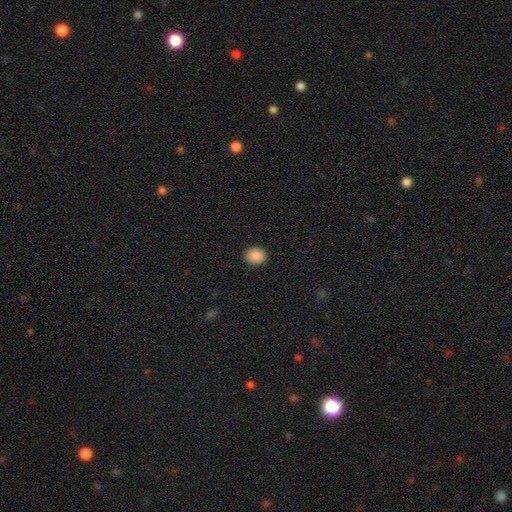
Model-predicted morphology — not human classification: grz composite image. It shows a smooth galaxy with no disk features (89%) that is round (65%). Merging: none (91%).